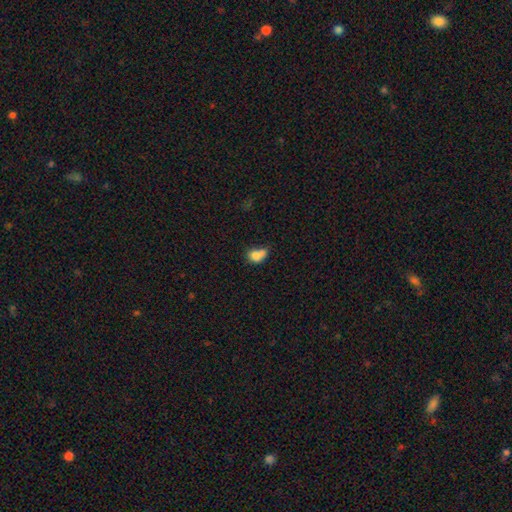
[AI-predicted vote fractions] Smooth or featured? smooth (76%)
How rounded? in between (58%)
Merging? merger (41%)